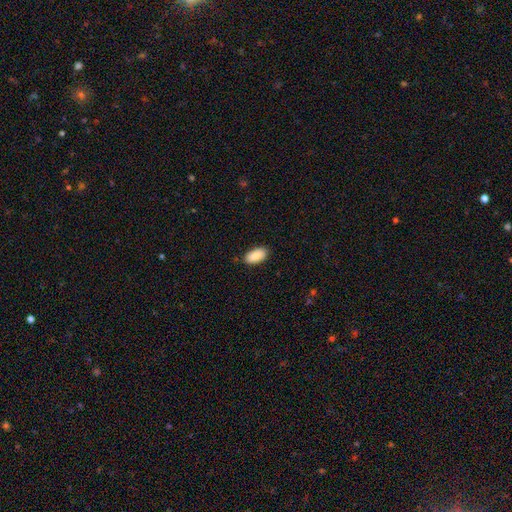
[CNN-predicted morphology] A smooth galaxy with no disk features (89%) that is in between round and cigar-shaped (94%).

Vote fractions:
- Smooth or featured? smooth: 89% / star or artifact: 6% / featured or disk: 4%
- How rounded? in between: 94% / cigar-shaped: 4% / round: 2%
- Merging? none: 88% / minor disturbance: 9% / major disturbance: 2% / merger: 1%